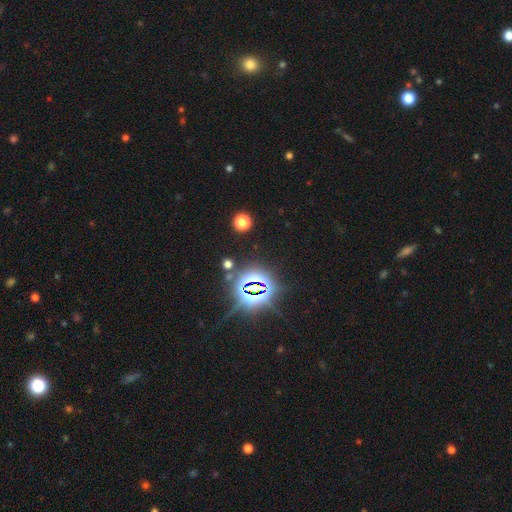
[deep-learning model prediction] Smooth or featured? Predicted: star or artifact (p=0.82).